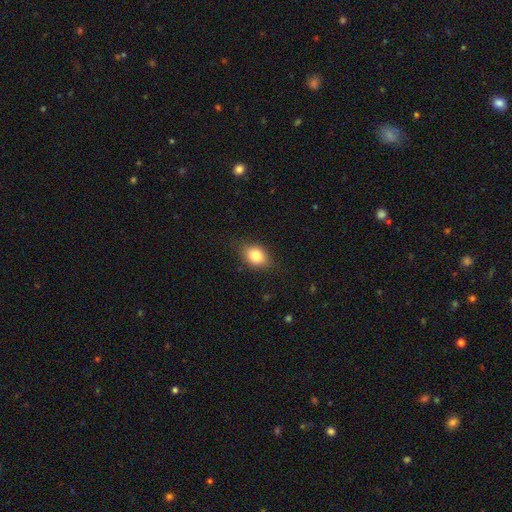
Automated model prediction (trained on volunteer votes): smooth 81%, featured or disk 10%, star or artifact 9%. Down the decision tree: how rounded — in between (66%); merging — none (80%).